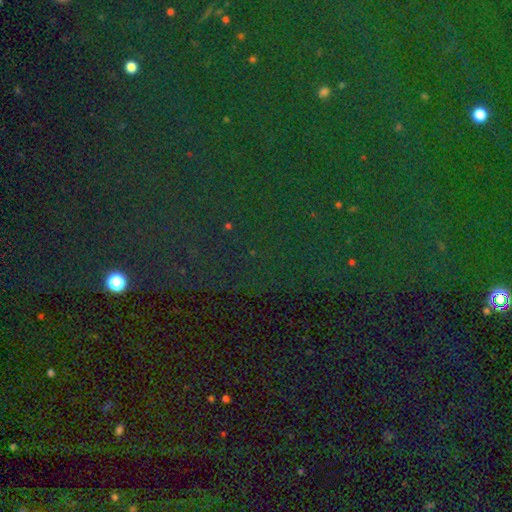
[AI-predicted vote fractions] A star or artifact, not a galaxy (82%).